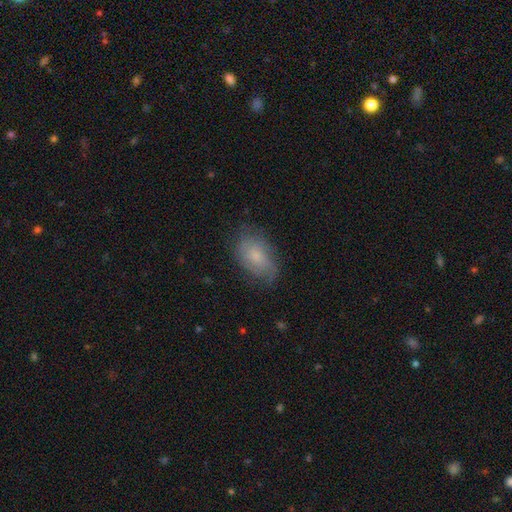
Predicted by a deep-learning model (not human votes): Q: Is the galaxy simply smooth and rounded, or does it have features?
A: smooth — 61%.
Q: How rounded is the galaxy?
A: in between — 89%.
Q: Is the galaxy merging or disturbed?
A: none — 68%.